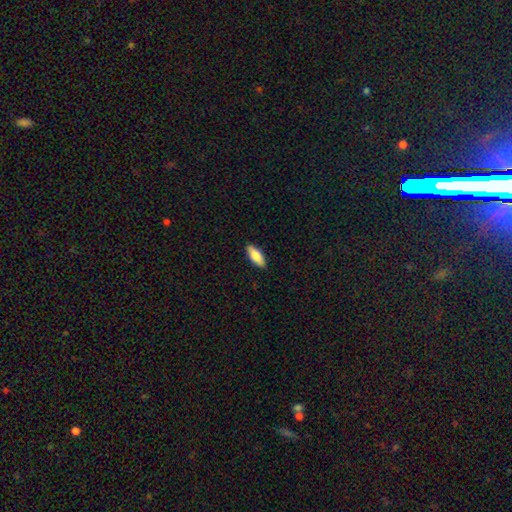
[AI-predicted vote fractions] Morphology: type=smooth (82%); roundness=in between (79%); merging=none (89%).